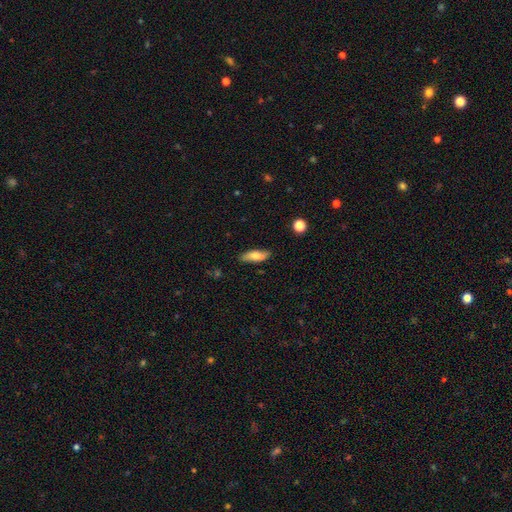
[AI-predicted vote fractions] Smooth or featured?
  - smooth: 71% *
  - featured or disk: 22%
  - star or artifact: 7%
How rounded?
  - in between: 54% *
  - cigar-shaped: 43%
  - round: 3%
Merging?
  - none: 84% *
  - minor disturbance: 13%
  - major disturbance: 2%
  - merger: 1%